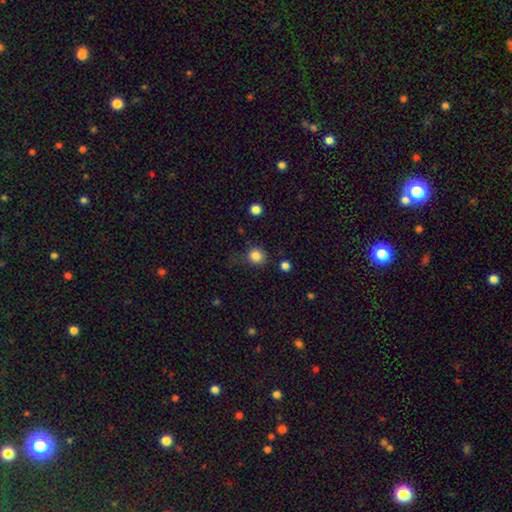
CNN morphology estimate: A smooth galaxy with no disk features (84%) that is round (89%).

Vote fractions:
- Smooth or featured? smooth: 84% / star or artifact: 12% / featured or disk: 4%
- How rounded? round: 89% / in between: 10% / cigar-shaped: 1%
- Merging? none: 78% / minor disturbance: 14% / major disturbance: 5% / merger: 3%